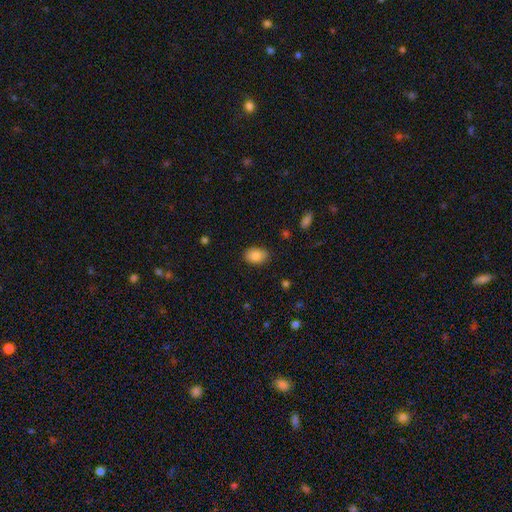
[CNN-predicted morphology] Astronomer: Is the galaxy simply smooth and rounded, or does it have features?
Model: smooth — 85%.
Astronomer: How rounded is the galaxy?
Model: in between — 84%.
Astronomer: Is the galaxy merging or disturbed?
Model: none — 85%.